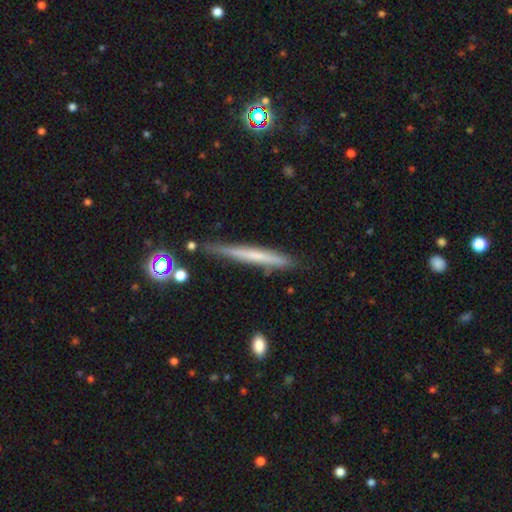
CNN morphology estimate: Smooth or featured: smooth — 48% (featured or disk — 44%)
Merging: none — 81% (minor disturbance — 14%)